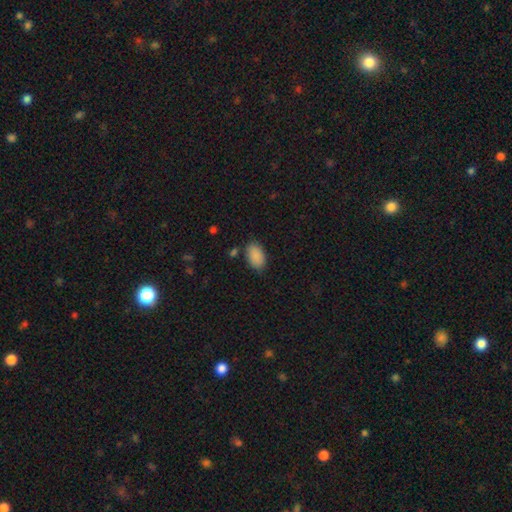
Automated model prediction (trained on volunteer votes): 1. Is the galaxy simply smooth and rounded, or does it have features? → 89% smooth, 7% star or artifact, 3% featured or disk.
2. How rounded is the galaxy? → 93% in between, 5% round, 1% cigar-shaped.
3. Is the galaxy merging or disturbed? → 83% none, 12% minor disturbance, 3% major disturbance, 3% merger.